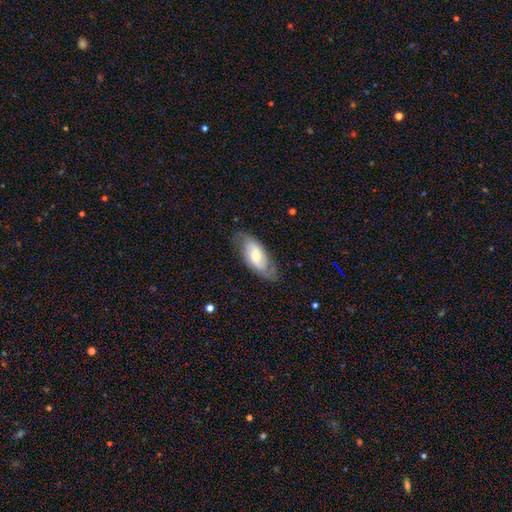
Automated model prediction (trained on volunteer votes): Smooth or featured? Predicted: featured or disk (p=0.61). Edge-on disk? Predicted: no (p=0.90). Bar? Predicted: no (p=0.47). Spiral arms? Predicted: yes (p=0.83). Bulge size? Predicted: moderate (p=0.47). Merging? Predicted: none (p=0.74).